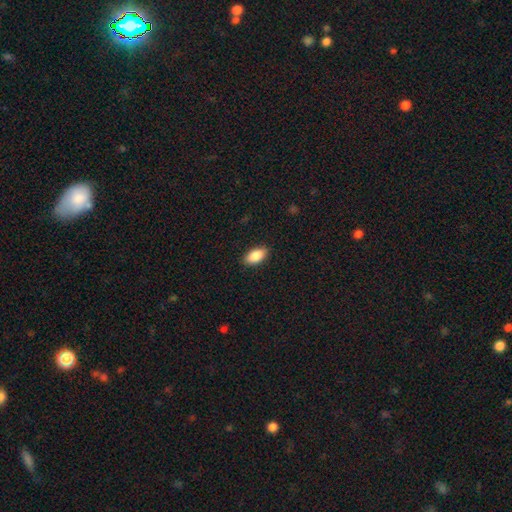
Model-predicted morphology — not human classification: A smooth galaxy with no disk features (88%) that is in between round and cigar-shaped (92%).

Vote fractions:
- Smooth or featured? smooth: 88% / star or artifact: 7% / featured or disk: 5%
- How rounded? in between: 92% / cigar-shaped: 5% / round: 3%
- Merging? none: 88% / minor disturbance: 9% / major disturbance: 2% / merger: 1%